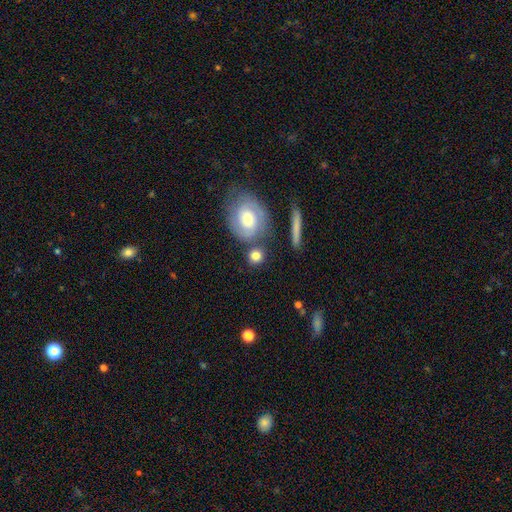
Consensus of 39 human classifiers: This is likely a smooth galaxy (67%). How rounded: clearly round (85%). Merging: possibly none (58%).